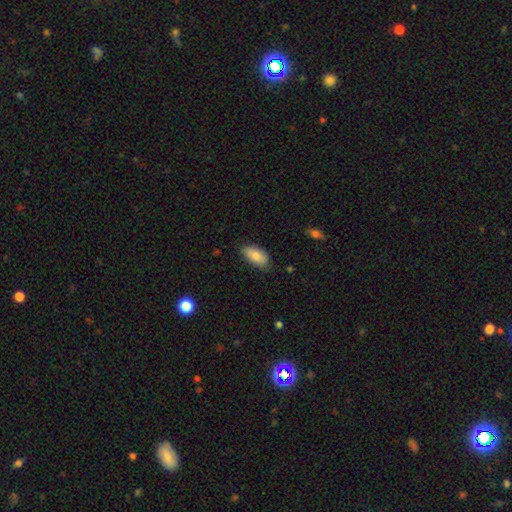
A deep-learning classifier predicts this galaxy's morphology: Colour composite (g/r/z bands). It shows a smooth galaxy with no disk features (85%) that is in between round and cigar-shaped (93%). Merging: none (76%).